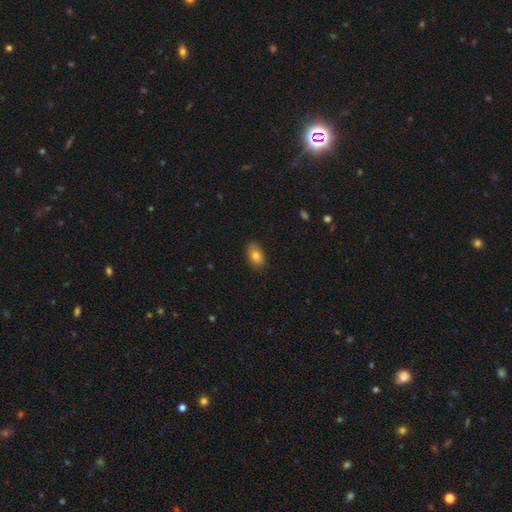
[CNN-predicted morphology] Smooth or featured: smooth — 80% (featured or disk — 11%)
How rounded: in between — 88% (round — 11%)
Merging: none — 85% (minor disturbance — 11%)